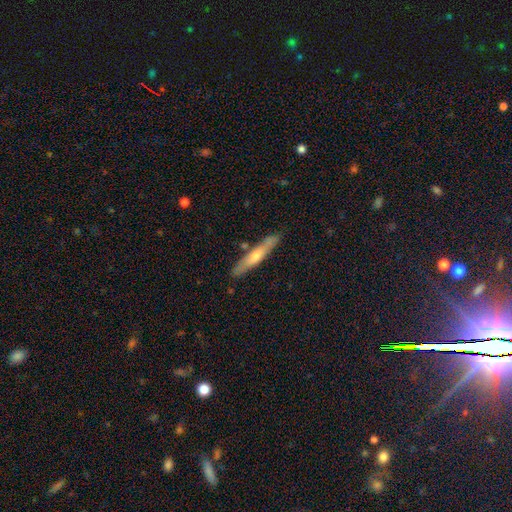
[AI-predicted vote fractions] A smooth galaxy with no disk features (48%). Merging: none (84%).